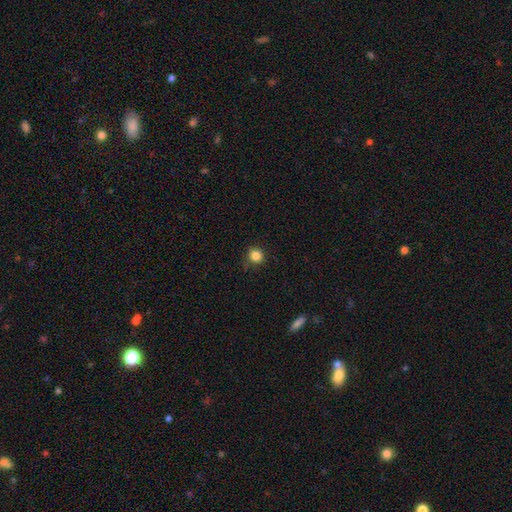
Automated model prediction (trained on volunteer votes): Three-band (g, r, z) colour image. It shows a smooth galaxy with no disk features (84%) that is round (89%). Merging: none (85%).